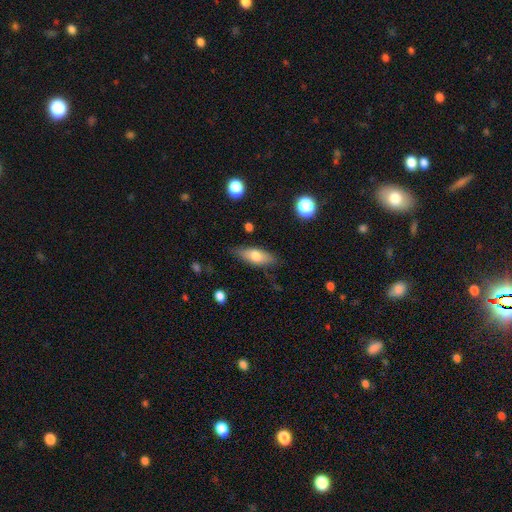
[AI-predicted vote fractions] This appears to be a smooth galaxy with no disk features (67%) that is in between round and cigar-shaped (70%). Merging: none (77%).